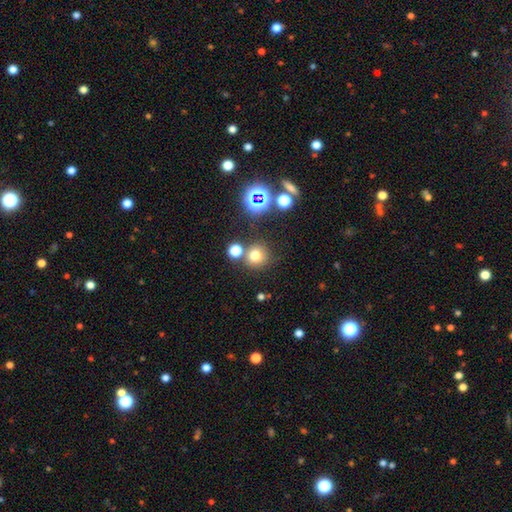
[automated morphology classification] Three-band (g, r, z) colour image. It shows a smooth galaxy with no disk features (71%) that is round (91%). Merging: none (75%).